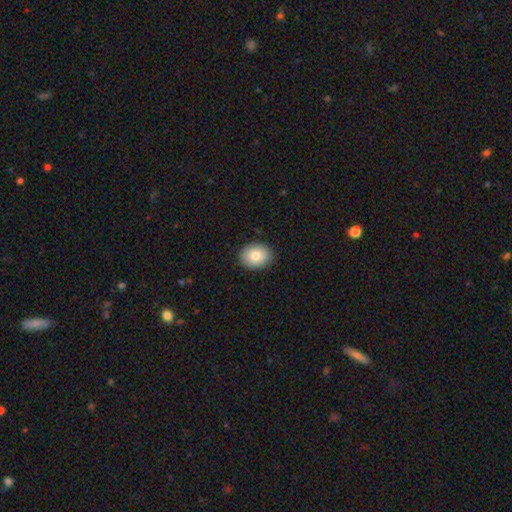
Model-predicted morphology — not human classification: type=smooth (82%); roundness=in between (54%); merging=none (89%).